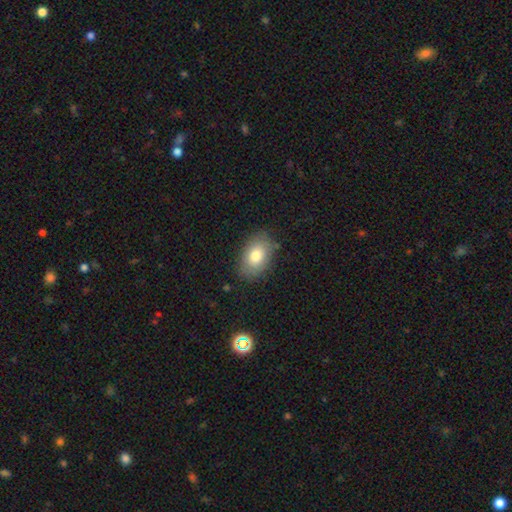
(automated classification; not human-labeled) Smooth or featured? smooth (78%)
How rounded? in between (88%)
Merging? none (82%)